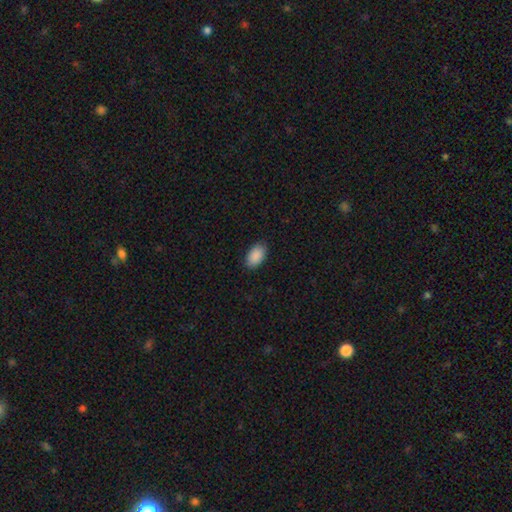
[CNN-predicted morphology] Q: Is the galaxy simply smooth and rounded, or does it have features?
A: smooth — 91%.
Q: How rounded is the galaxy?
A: in between — 94%.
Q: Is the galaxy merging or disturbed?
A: none — 88%.